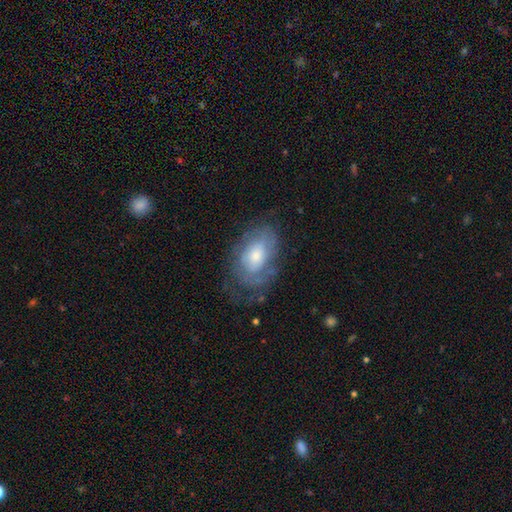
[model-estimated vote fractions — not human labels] Smooth or featured: featured or disk — 59% (smooth — 33%)
Edge-on disk: no — 94% (yes — 6%)
Bar: no — 74% (weak — 22%)
Spiral arms: yes — 70% (no — 30%)
Bulge size: moderate — 52% (small — 30%)
Merging: none — 60% (minor disturbance — 24%)